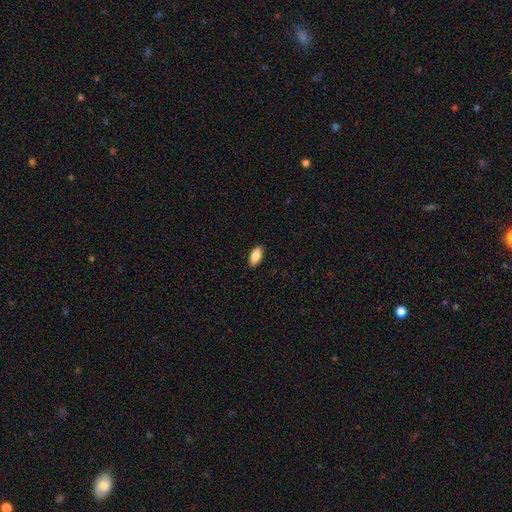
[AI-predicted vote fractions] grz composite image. It shows a smooth galaxy with no disk features (87%) that is in between round and cigar-shaped (87%). Merging: none (89%).